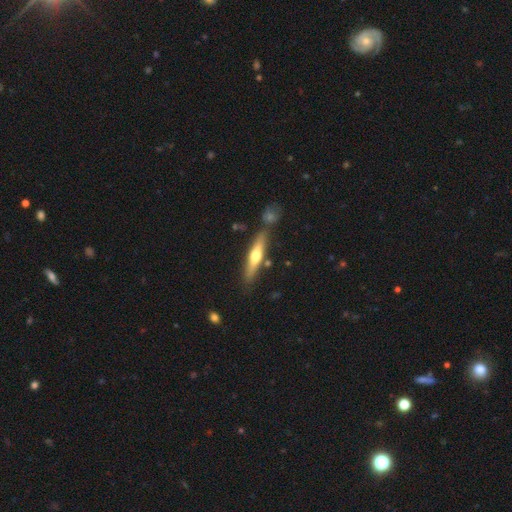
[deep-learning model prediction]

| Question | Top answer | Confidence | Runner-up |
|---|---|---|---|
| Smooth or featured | featured or disk | 52% | smooth (43%) |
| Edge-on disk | yes | 91% | no (9%) |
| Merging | none | 76% | minor disturbance (12%) |